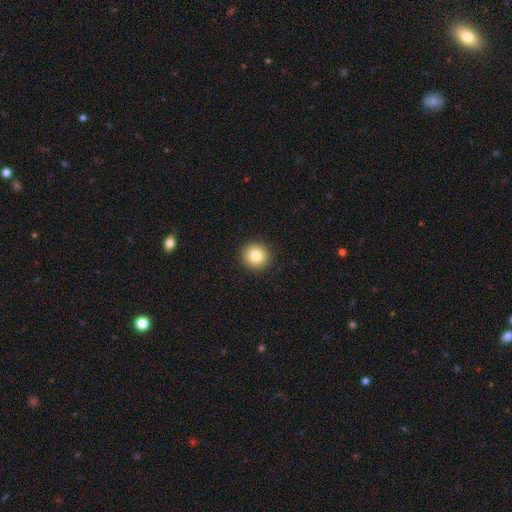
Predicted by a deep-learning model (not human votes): Smooth or featured?
  - smooth: 81% *
  - star or artifact: 10%
  - featured or disk: 8%
How rounded?
  - round: 95% *
  - in between: 4%
  - cigar-shaped: 1%
Merging?
  - none: 93% *
  - minor disturbance: 4%
  - major disturbance: 2%
  - merger: 1%